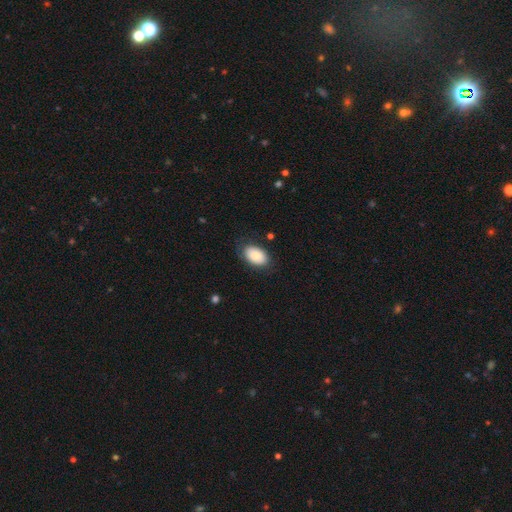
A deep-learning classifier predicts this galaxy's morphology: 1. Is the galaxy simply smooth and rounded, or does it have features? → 78% smooth, 15% featured or disk, 7% star or artifact.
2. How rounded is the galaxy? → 90% in between, 9% round, 1% cigar-shaped.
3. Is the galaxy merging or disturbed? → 78% none, 16% minor disturbance, 5% major disturbance, 1% merger.